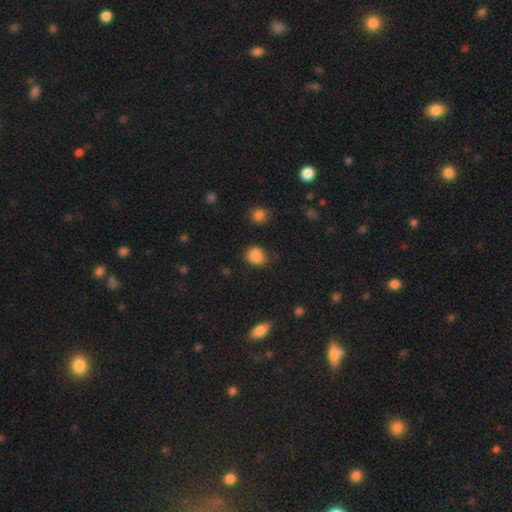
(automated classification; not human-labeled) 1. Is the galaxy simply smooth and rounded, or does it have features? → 84% smooth, 11% star or artifact, 5% featured or disk.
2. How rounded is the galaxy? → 57% round, 42% in between, 1% cigar-shaped.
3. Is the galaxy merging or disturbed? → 72% none, 20% minor disturbance, 5% major disturbance, 4% merger.